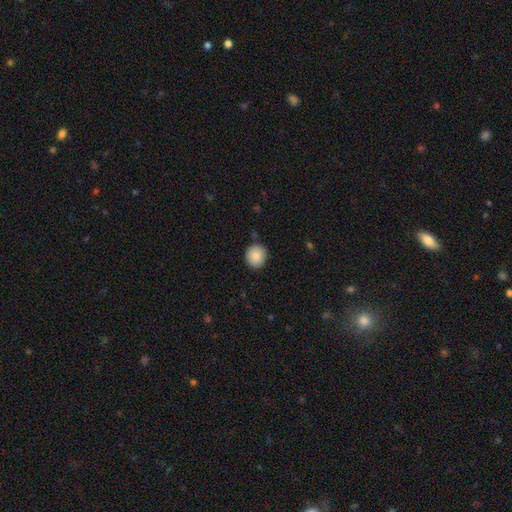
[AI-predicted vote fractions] smooth 88%, star or artifact 8%, featured or disk 5%. Down the decision tree: how rounded — round (89%); merging — none (88%).